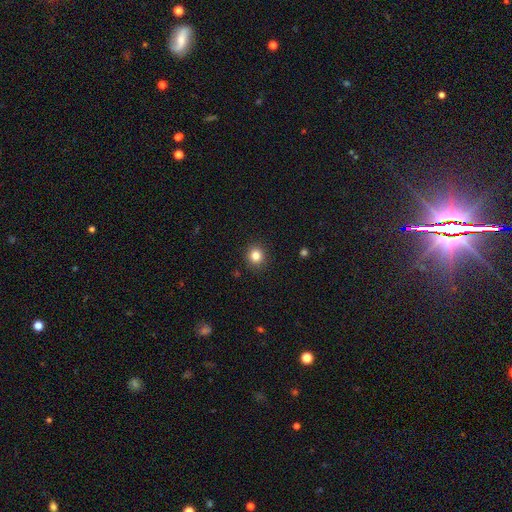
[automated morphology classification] Smooth or featured?
  - smooth: 82% *
  - star or artifact: 12%
  - featured or disk: 6%
How rounded?
  - round: 88% *
  - in between: 11%
  - cigar-shaped: 1%
Merging?
  - none: 91% *
  - minor disturbance: 6%
  - major disturbance: 2%
  - merger: 1%